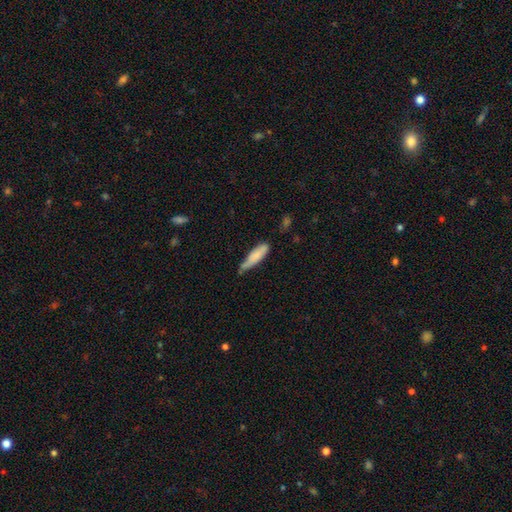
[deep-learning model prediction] Smooth or featured? Predicted: smooth (p=0.81). How rounded? Predicted: cigar-shaped (p=0.65). Merging? Predicted: none (p=0.53).